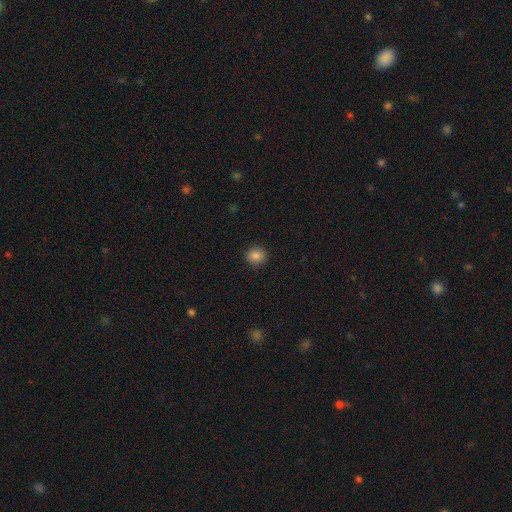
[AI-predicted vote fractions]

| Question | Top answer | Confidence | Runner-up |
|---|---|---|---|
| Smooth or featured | smooth | 86% | star or artifact (11%) |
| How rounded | round | 87% | in between (12%) |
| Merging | none | 91% | minor disturbance (7%) |